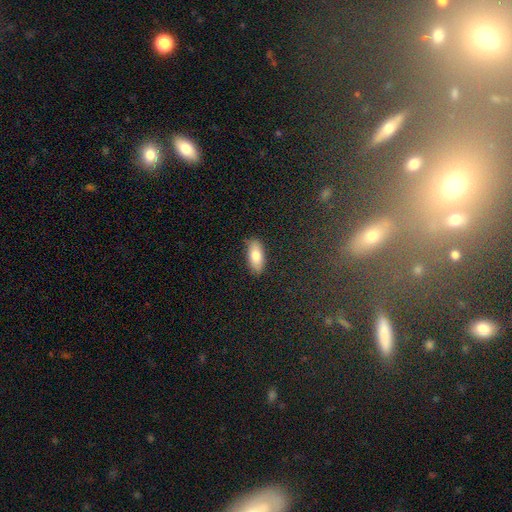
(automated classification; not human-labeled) This appears to be a smooth galaxy with no disk features (82%) that is in between round and cigar-shaped (84%). Merging: none (85%).